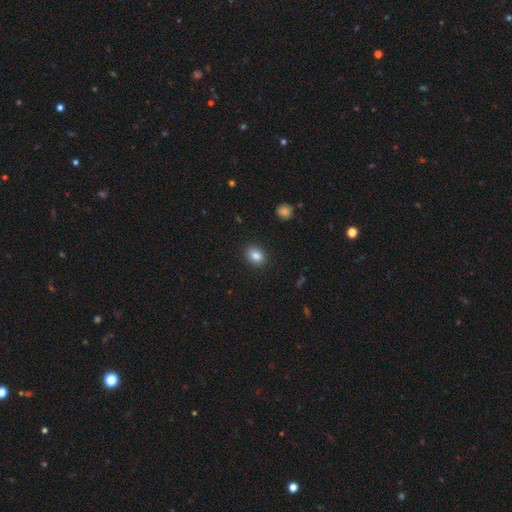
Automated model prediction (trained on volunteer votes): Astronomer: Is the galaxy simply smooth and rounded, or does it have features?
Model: smooth — 85%.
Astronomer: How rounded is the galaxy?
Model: in between — 63%.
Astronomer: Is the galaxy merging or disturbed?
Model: none — 89%.